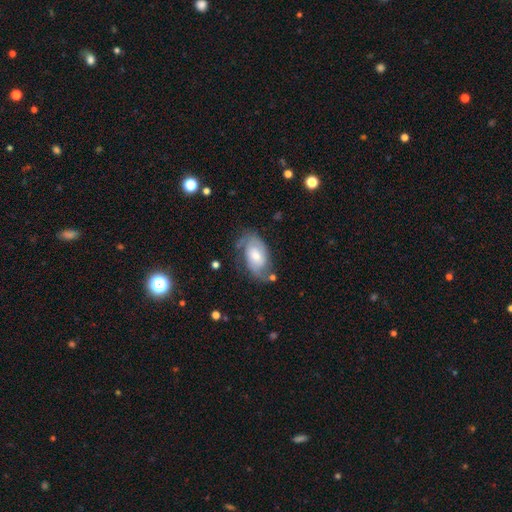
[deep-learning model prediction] Smooth or featured? Predicted: featured or disk (p=0.66). Edge-on disk? Predicted: no (p=0.95). Bar? Predicted: no (p=0.53). Spiral arms? Predicted: yes (p=0.88). Spiral winding? Predicted: medium (p=0.44). Spiral arm count? Predicted: 2 (p=0.78). Bulge size? Predicted: moderate (p=0.49). Merging? Predicted: none (p=0.61).